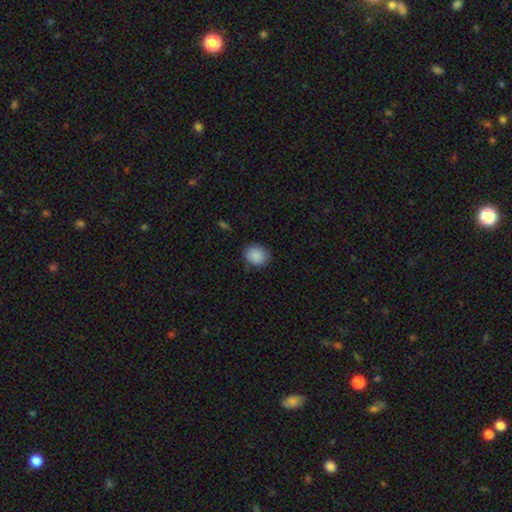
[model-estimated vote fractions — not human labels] Q: Smooth or featured?
A: smooth (89%); runner-up: star or artifact (8%)
Q: How rounded?
A: round (67%); runner-up: in between (32%)
Q: Merging?
A: none (84%); runner-up: minor disturbance (12%)